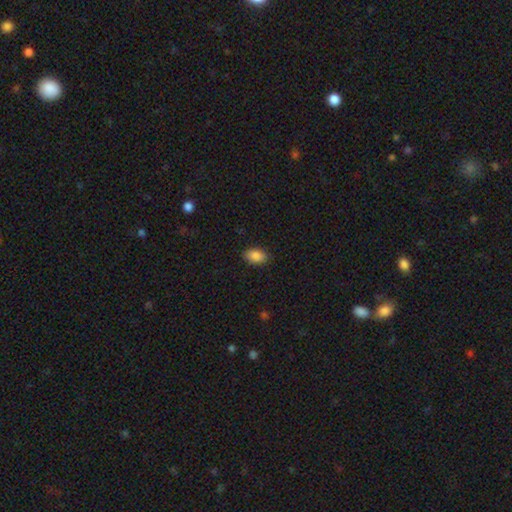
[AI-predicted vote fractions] Smooth or featured? smooth (87%)
How rounded? in between (90%)
Merging? none (88%)